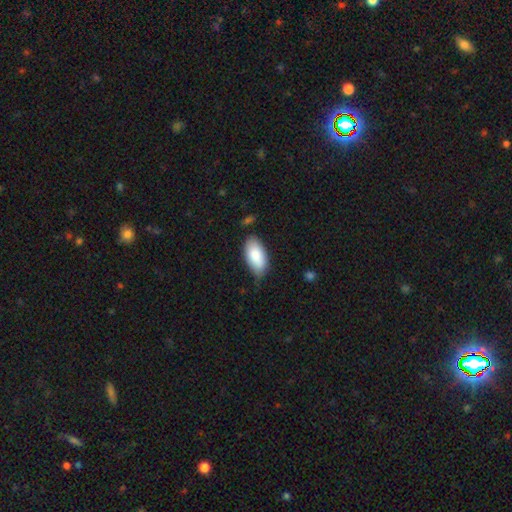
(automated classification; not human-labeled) smooth_or_featured: smooth (p=0.85) [alt: featured or disk p=0.09]
how_rounded: in between (p=0.94) [alt: cigar-shaped p=0.04]
merging: none (p=0.71) [alt: minor disturbance p=0.23]